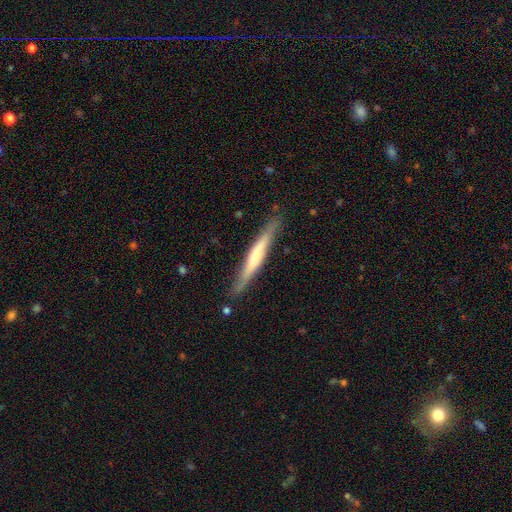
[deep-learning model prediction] featured or disk 51%, smooth 44%, star or artifact 5%. Down the decision tree: edge-on disk — yes (94%); merging — none (84%).